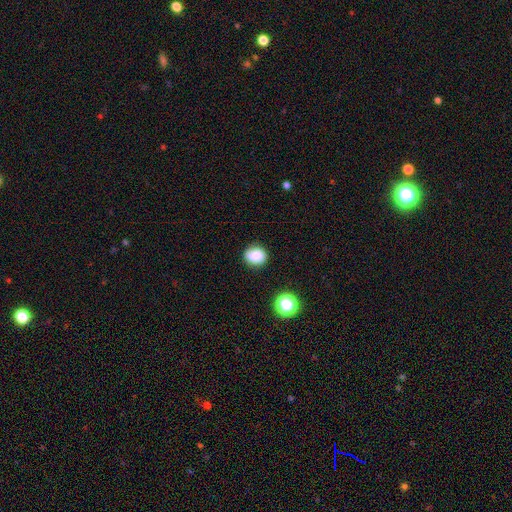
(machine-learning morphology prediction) smooth_or_featured: smooth (p=0.81) [alt: star or artifact p=0.11]
how_rounded: round (p=0.74) [alt: in between p=0.25]
merging: none (p=0.78) [alt: minor disturbance p=0.16]